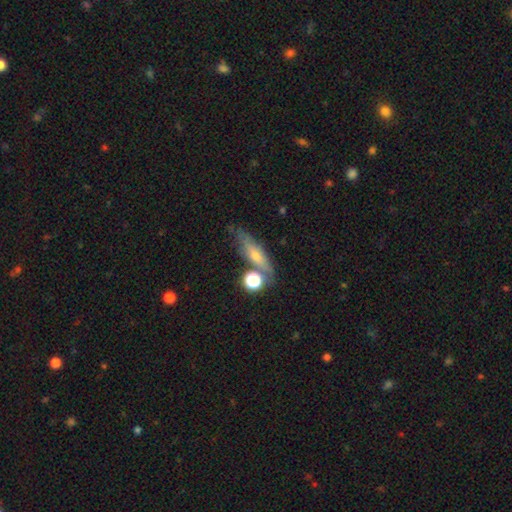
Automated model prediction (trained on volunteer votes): Smooth or featured: smooth — 50% (featured or disk — 39%)
How rounded: cigar-shaped — 61% (in between — 29%)
Merging: none — 64% (minor disturbance — 17%)